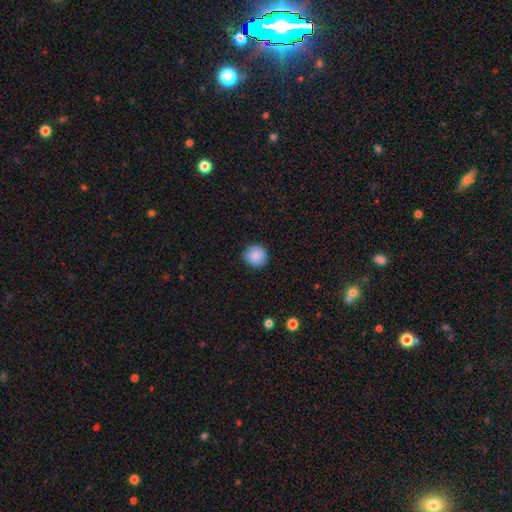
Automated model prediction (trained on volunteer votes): Smooth or featured?
  - smooth: 89% *
  - star or artifact: 8%
  - featured or disk: 4%
How rounded?
  - round: 92% *
  - in between: 7%
  - cigar-shaped: 1%
Merging?
  - none: 89% *
  - minor disturbance: 8%
  - major disturbance: 2%
  - merger: 1%